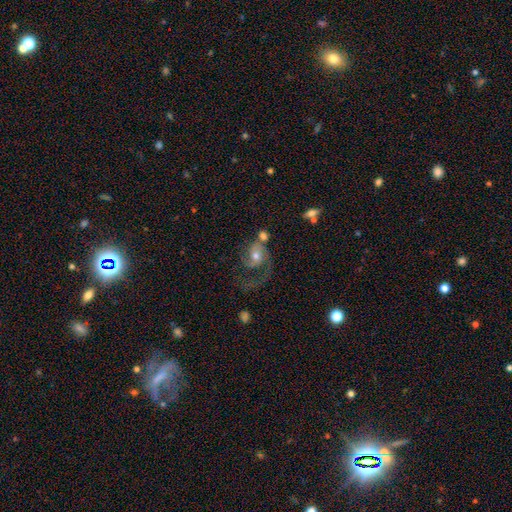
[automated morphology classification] Q: Smooth or featured?
A: featured or disk (76%); runner-up: smooth (17%)
Q: Edge-on disk?
A: no (97%); runner-up: yes (3%)
Q: Bar?
A: no (67%); runner-up: weak (27%)
Q: Spiral arms?
A: yes (92%); runner-up: no (8%)
Q: Spiral winding?
A: medium (42%); runner-up: loose (40%)
Q: Spiral arm count?
A: 1 (49%); runner-up: 2 (40%)
Q: Bulge size?
A: moderate (60%); runner-up: small (30%)
Q: Merging?
A: major disturbance (37%); runner-up: none (32%)